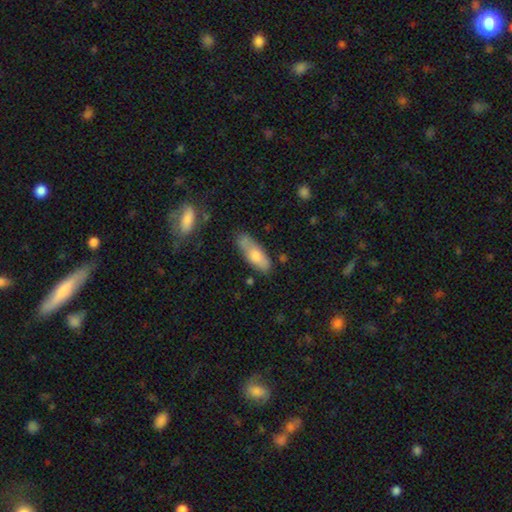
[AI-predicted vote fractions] Smooth or featured? Predicted: smooth (p=0.70). How rounded? Predicted: in between (p=0.64). Merging? Predicted: none (p=0.63).